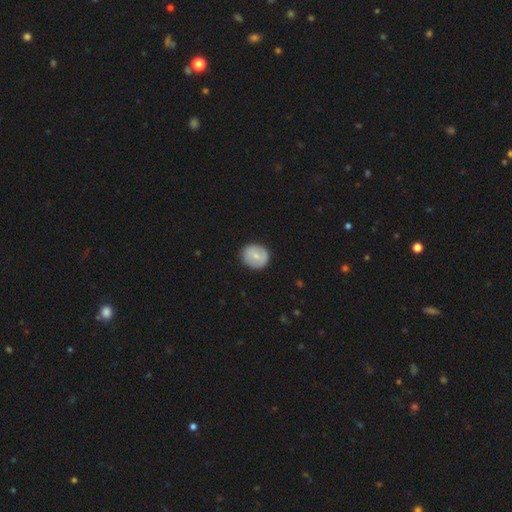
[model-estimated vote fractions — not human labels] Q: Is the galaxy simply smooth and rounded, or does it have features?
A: smooth — 66%.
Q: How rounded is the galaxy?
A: round — 81%.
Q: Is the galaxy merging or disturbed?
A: none — 88%.